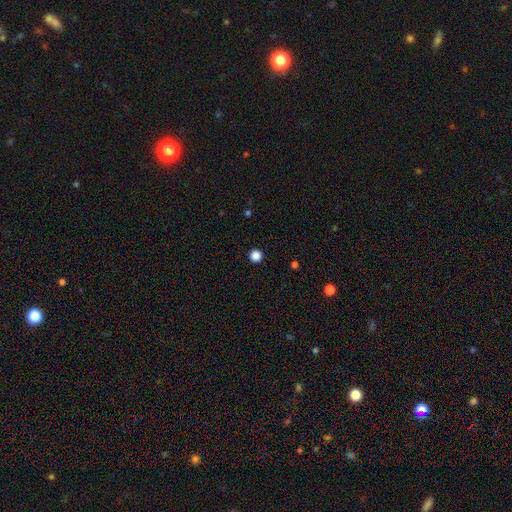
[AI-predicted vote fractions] A smooth galaxy with no disk features (85%) that is round (96%). Merging: none (93%).